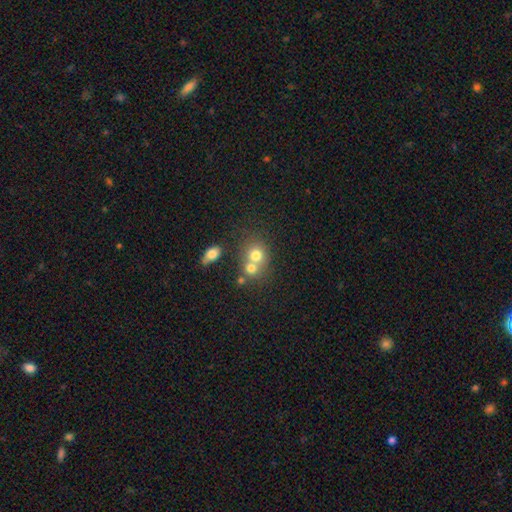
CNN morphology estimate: type=smooth (73%); roundness=round (76%); merging=merger (54%).